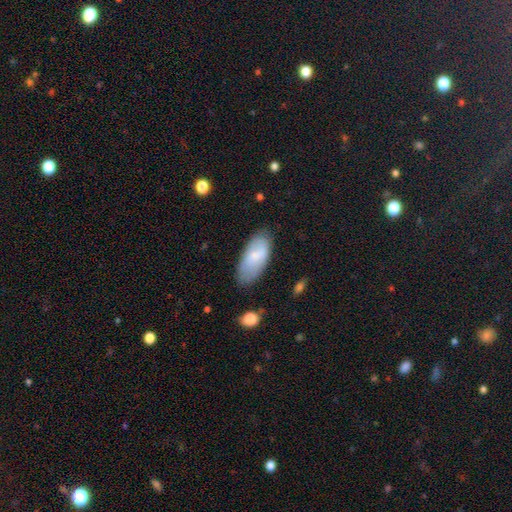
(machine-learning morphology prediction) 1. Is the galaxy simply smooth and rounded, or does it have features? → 71% smooth, 22% featured or disk, 7% star or artifact.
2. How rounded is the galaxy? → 90% in between, 8% cigar-shaped, 2% round.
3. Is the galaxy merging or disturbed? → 76% none, 18% minor disturbance, 4% major disturbance, 2% merger.